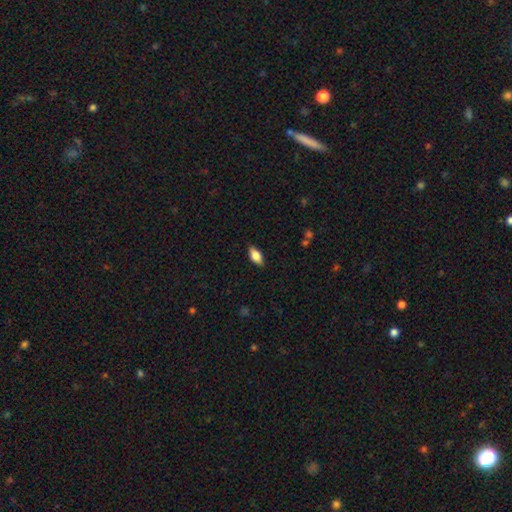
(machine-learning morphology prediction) Smooth or featured?
  - smooth: 77% *
  - featured or disk: 16%
  - star or artifact: 7%
How rounded?
  - in between: 86% *
  - cigar-shaped: 11%
  - round: 3%
Merging?
  - none: 87% *
  - minor disturbance: 10%
  - major disturbance: 2%
  - merger: 1%